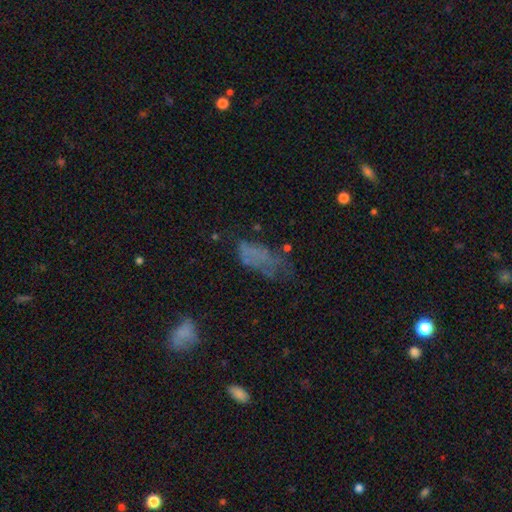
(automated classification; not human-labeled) Smooth or featured? Predicted: smooth (p=0.47). Merging? Predicted: none (p=0.36).